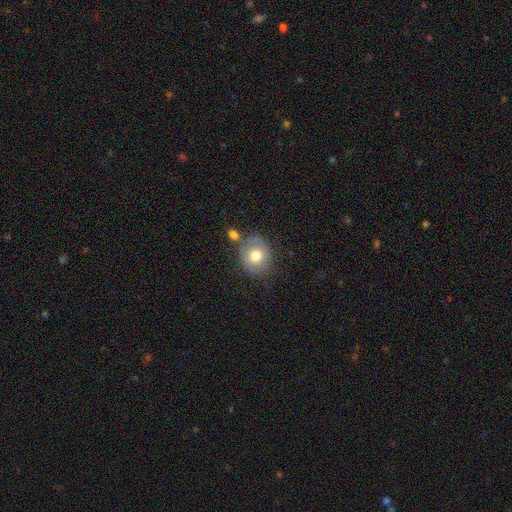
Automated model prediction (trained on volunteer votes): A smooth galaxy with no disk features (66%) that is round (65%).

Vote fractions:
- Smooth or featured? smooth: 66% / featured or disk: 26% / star or artifact: 8%
- How rounded? round: 65% / in between: 34% / cigar-shaped: 1%
- Merging? none: 63% / minor disturbance: 17% / merger: 13% / major disturbance: 6%